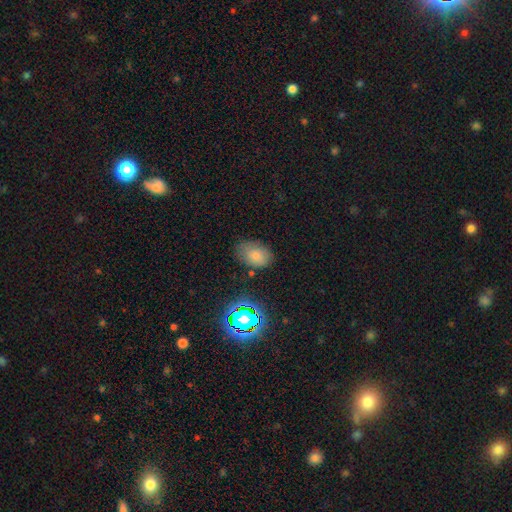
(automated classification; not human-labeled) Smooth or featured?
  - smooth: 72% *
  - star or artifact: 16%
  - featured or disk: 12%
How rounded?
  - in between: 83% *
  - round: 16%
  - cigar-shaped: 1%
Merging?
  - none: 71% *
  - minor disturbance: 20%
  - major disturbance: 6%
  - merger: 3%